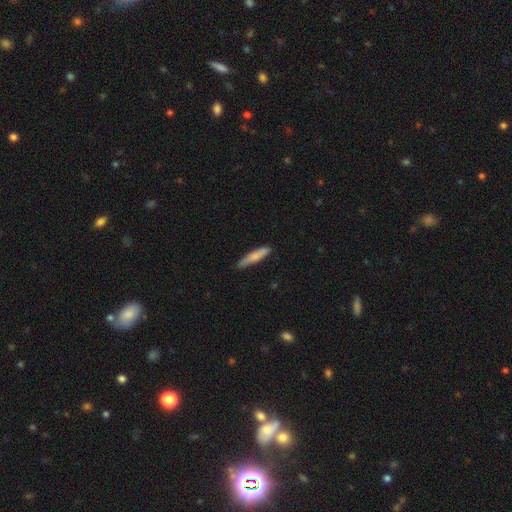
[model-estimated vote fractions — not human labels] Smooth or featured?
  - smooth: 75% *
  - featured or disk: 19%
  - star or artifact: 6%
How rounded?
  - cigar-shaped: 87% *
  - in between: 12%
  - round: 1%
Merging?
  - none: 76% *
  - minor disturbance: 20%
  - major disturbance: 3%
  - merger: 1%